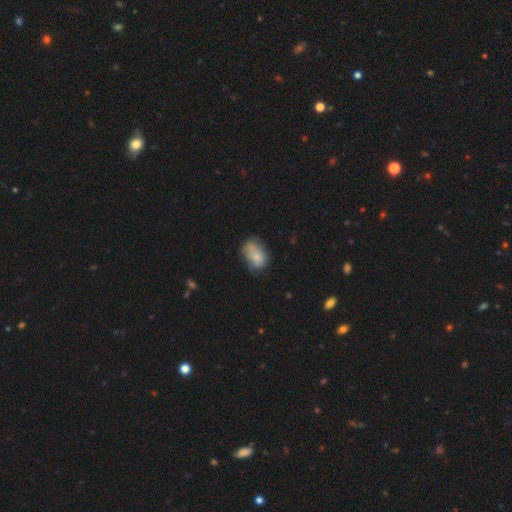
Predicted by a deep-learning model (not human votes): A smooth galaxy with no disk features (75%) that is in between round and cigar-shaped (77%). Merging: none (42%).